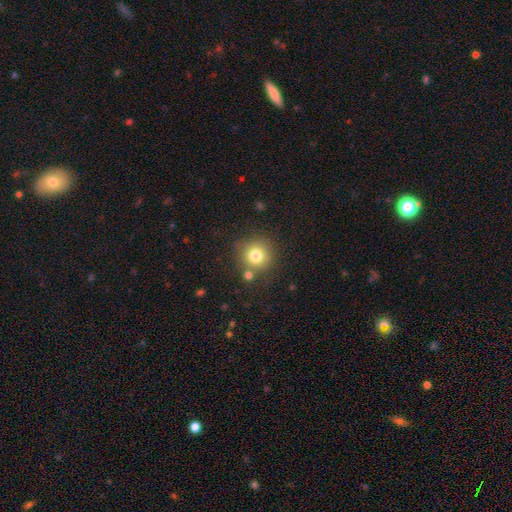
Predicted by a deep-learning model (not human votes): The model was most divided on "smooth or featured": smooth: 78%, star or artifact: 13%, featured or disk: 9%. More confident: how rounded — round (94%); merging — none (78%).